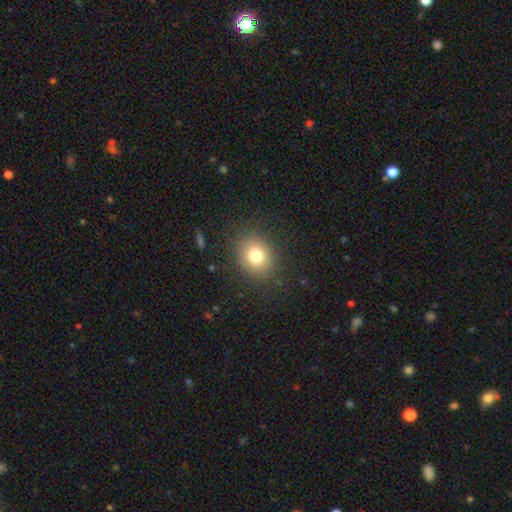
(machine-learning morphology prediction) This is likely a smooth galaxy (78%). How rounded: likely round (70%). Merging: clearly none (86%).